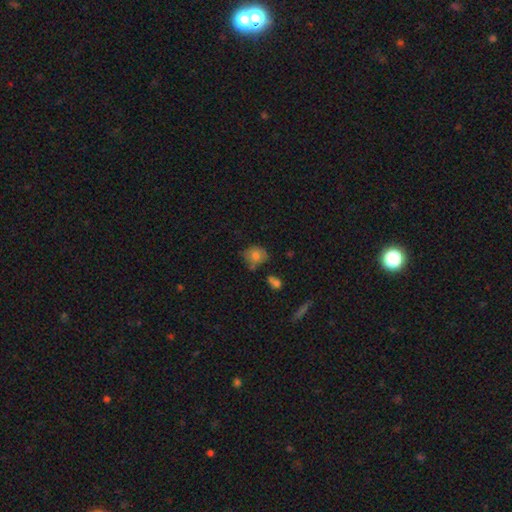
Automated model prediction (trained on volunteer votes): Smooth or featured? Predicted: smooth (p=0.75). How rounded? Predicted: round (p=0.62). Merging? Predicted: none (p=0.58).